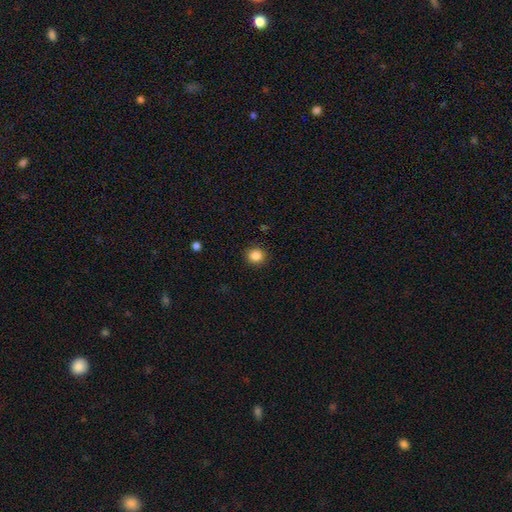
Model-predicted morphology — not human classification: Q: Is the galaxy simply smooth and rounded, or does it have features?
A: smooth — 86%.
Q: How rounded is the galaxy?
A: round — 89%.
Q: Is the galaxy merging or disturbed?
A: none — 91%.